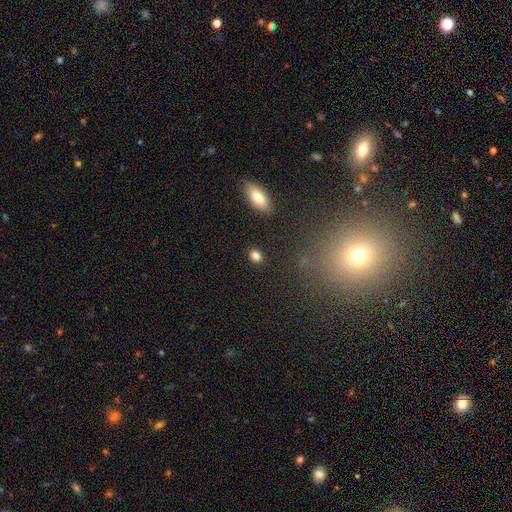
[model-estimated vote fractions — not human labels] The model was most divided on "how rounded": round: 52%, in between: 46%, cigar-shaped: 2%. More confident: merging — none (86%); smooth or featured — smooth (84%).